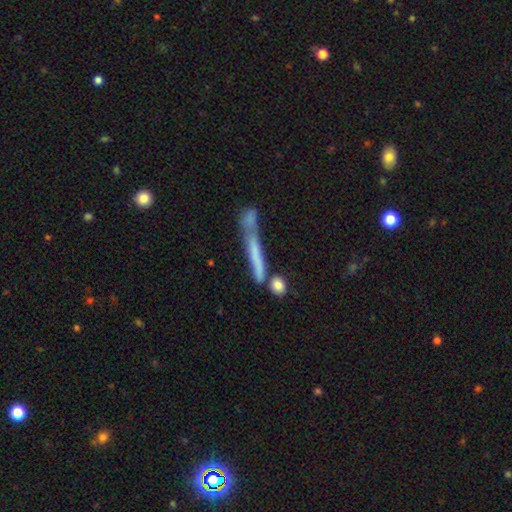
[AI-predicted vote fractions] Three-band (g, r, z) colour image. It shows a smooth galaxy with no disk features (49%). Merging: none (48%).